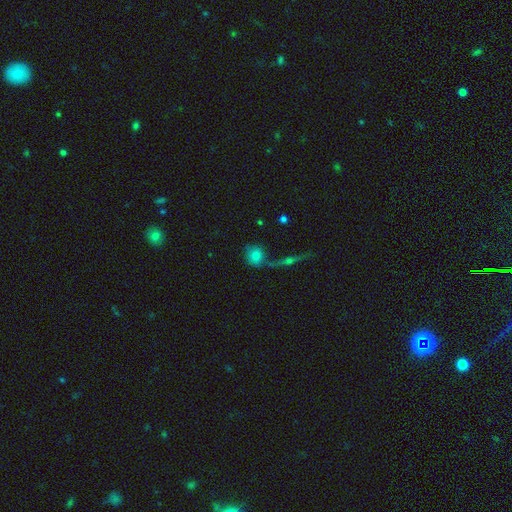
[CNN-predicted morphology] This is likely a smooth galaxy (70%). How rounded: likely round (77%). Merging: possibly none (59%).